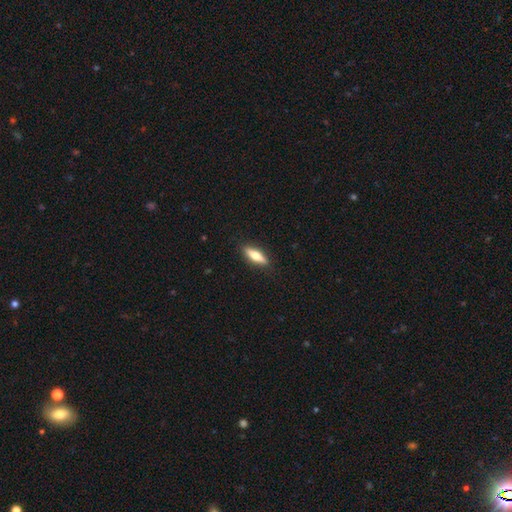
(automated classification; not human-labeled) Smooth or featured? smooth (60%)
How rounded? cigar-shaped (55%)
Merging? none (89%)